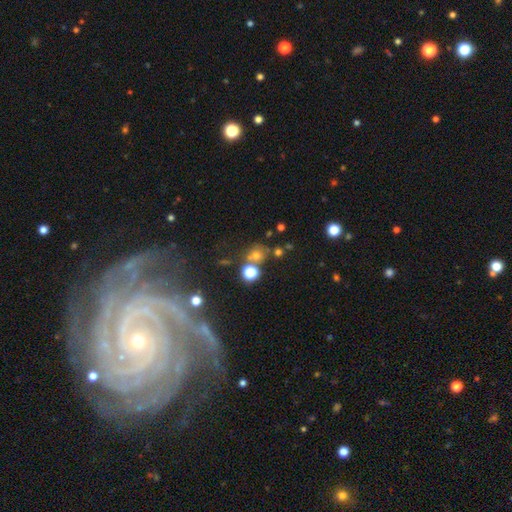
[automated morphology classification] The model was most divided on "smooth or featured": smooth: 61%, star or artifact: 28%, featured or disk: 11%. More confident: how rounded — round (81%); merging — none (61%).